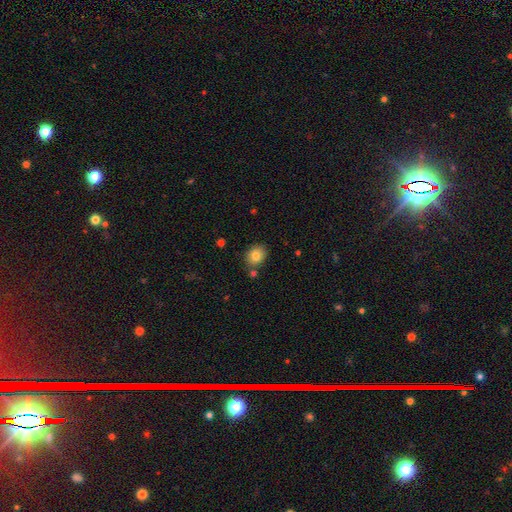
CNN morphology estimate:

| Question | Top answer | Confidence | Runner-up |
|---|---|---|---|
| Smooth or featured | smooth | 82% | star or artifact (9%) |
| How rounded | round | 56% | in between (43%) |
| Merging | none | 77% | minor disturbance (12%) |